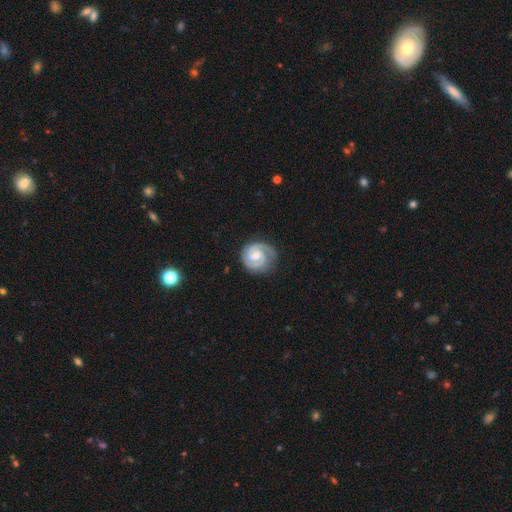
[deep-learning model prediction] smooth_or_featured: featured or disk (p=0.89) [alt: smooth p=0.07]
disk_edge_on: no (p=0.98) [alt: yes p=0.02]
bar: no (p=0.49) [alt: weak p=0.42]
has_spiral_arms: yes (p=0.98) [alt: no p=0.02]
spiral_winding: tight (p=0.70) [alt: medium p=0.26]
spiral_arm_count: 2 (p=0.80) [alt: 3 p=0.07]
bulge_size: moderate (p=0.54) [alt: small p=0.40]
merging: none (p=0.80) [alt: minor disturbance p=0.15]